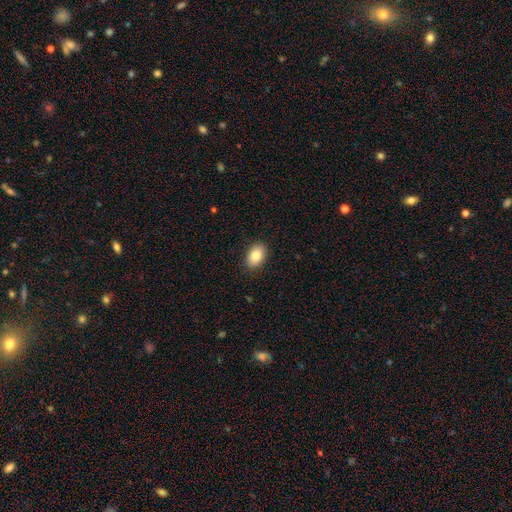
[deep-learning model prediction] Overall: smooth (84%). How rounded: in between (86%). Merging: none (88%).